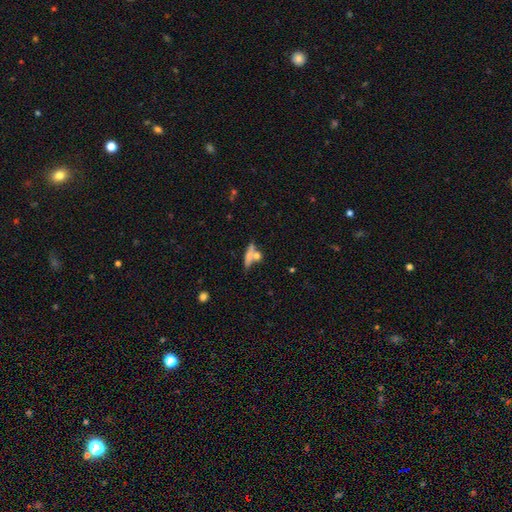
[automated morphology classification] Smooth or featured? Predicted: smooth (p=0.59). How rounded? Predicted: cigar-shaped (p=0.64). Merging? Predicted: none (p=0.51).